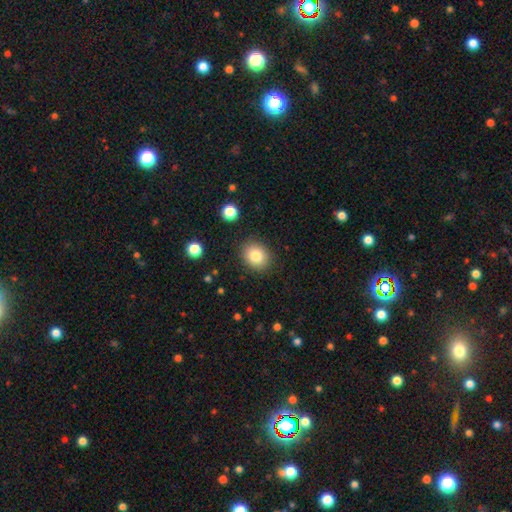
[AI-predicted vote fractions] This appears to be a smooth galaxy with no disk features (82%) that is round (65%). Merging: none (88%).